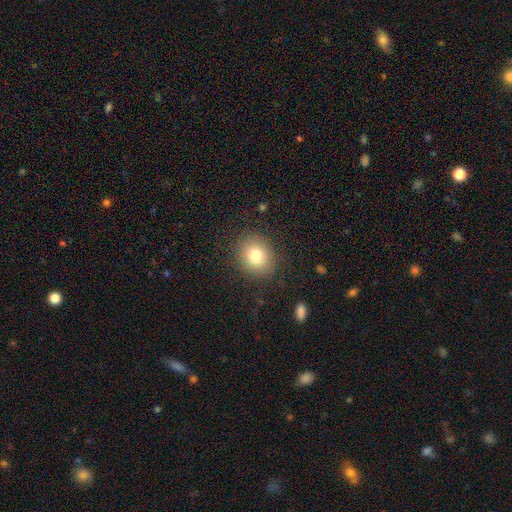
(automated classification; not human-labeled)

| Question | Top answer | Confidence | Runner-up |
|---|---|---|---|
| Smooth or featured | smooth | 79% | star or artifact (11%) |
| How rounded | round | 72% | in between (27%) |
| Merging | none | 86% | minor disturbance (9%) |